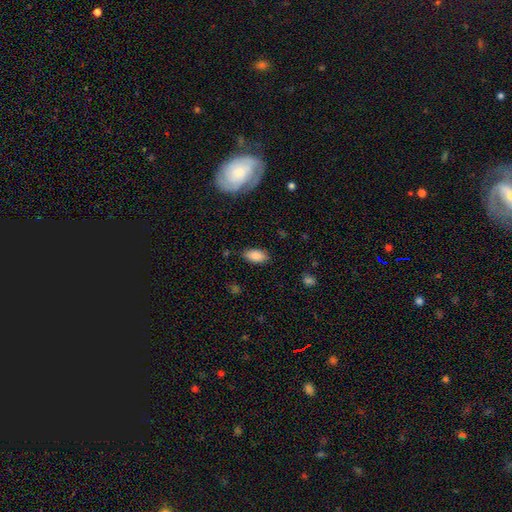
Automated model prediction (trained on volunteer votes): Q: Smooth or featured?
A: smooth (87%); runner-up: star or artifact (7%)
Q: How rounded?
A: in between (93%); runner-up: cigar-shaped (4%)
Q: Merging?
A: none (83%); runner-up: minor disturbance (13%)